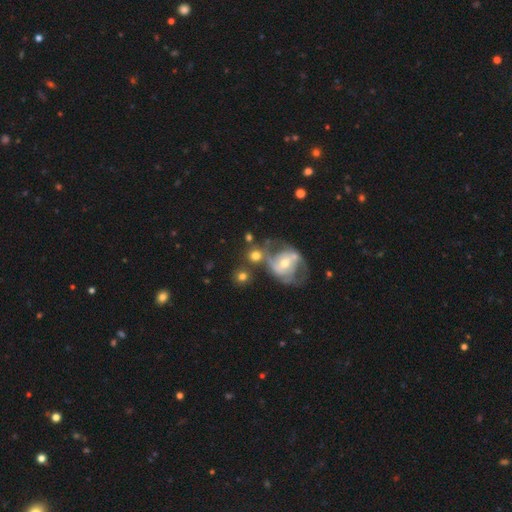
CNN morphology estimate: type=smooth (59%); roundness=round (83%); merging=none (51%).